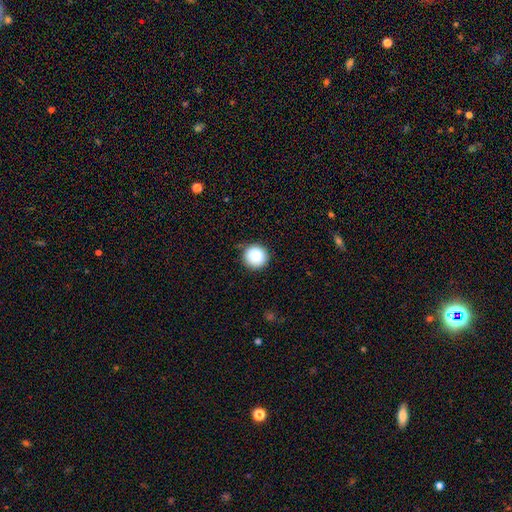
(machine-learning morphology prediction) Smooth or featured: smooth — 85% (star or artifact — 9%)
How rounded: round — 95% (in between — 4%)
Merging: none — 86% (minor disturbance — 10%)